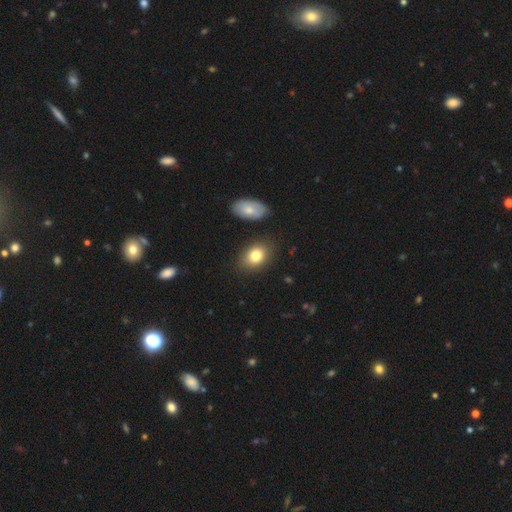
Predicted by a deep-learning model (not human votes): Smooth or featured? smooth (81%)
How rounded? in between (77%)
Merging? none (81%)